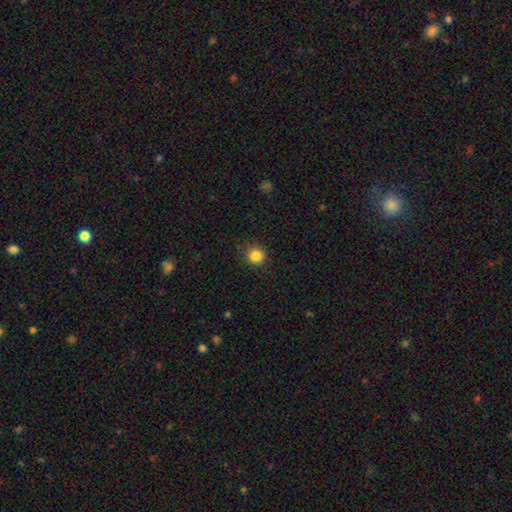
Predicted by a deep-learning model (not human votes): This is clearly a smooth galaxy (85%). How rounded: clearly round (93%). Merging: clearly none (88%).